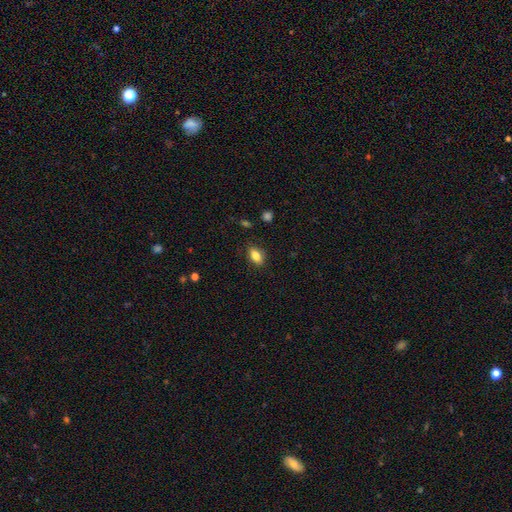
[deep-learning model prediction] smooth 83%, star or artifact 9%, featured or disk 8%. Down the decision tree: how rounded — in between (85%); merging — none (84%).